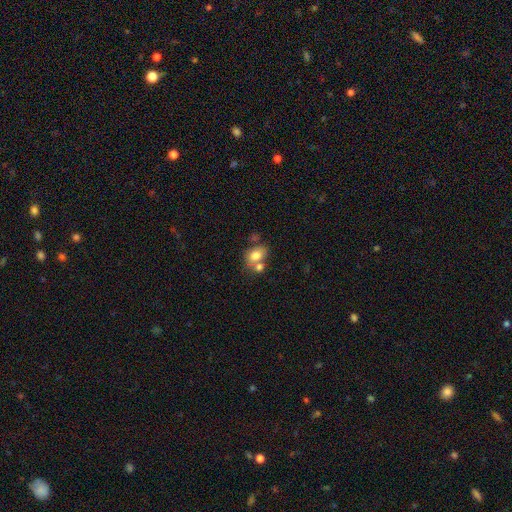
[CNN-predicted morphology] This is likely a smooth galaxy (76%). How rounded: likely in between (66%). Merging: marginally none (44%).